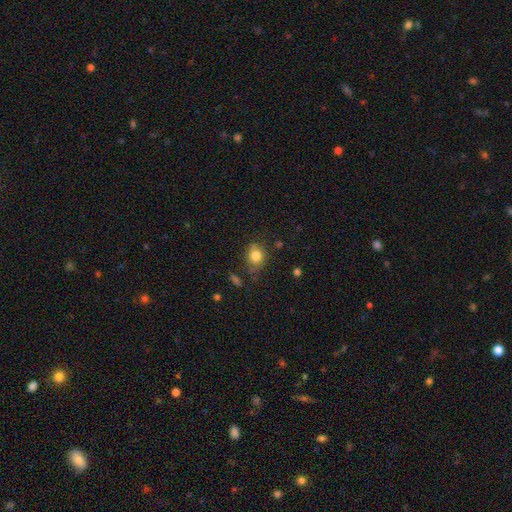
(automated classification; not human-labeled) Smooth or featured? Predicted: smooth (p=0.80). How rounded? Predicted: round (p=0.64). Merging? Predicted: none (p=0.65).